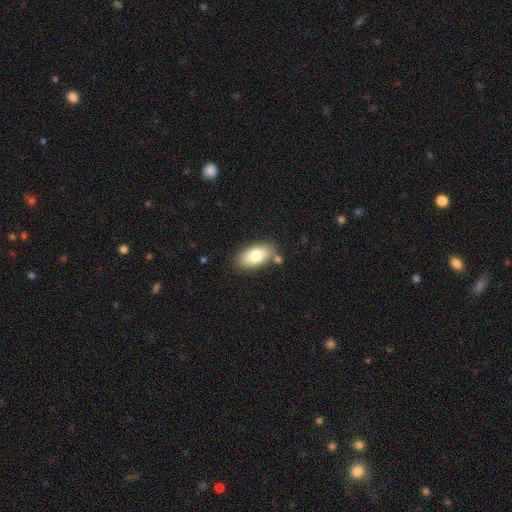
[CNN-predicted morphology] This is likely a smooth galaxy (76%). How rounded: clearly in between (91%). Merging: likely none (79%).